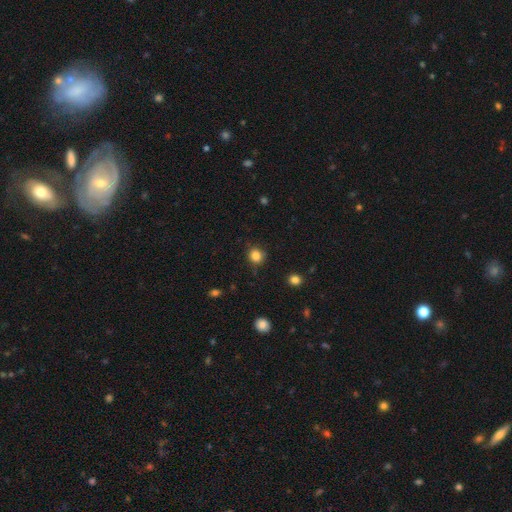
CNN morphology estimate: This is clearly a smooth galaxy (84%). How rounded: clearly round (85%). Merging: clearly none (83%).